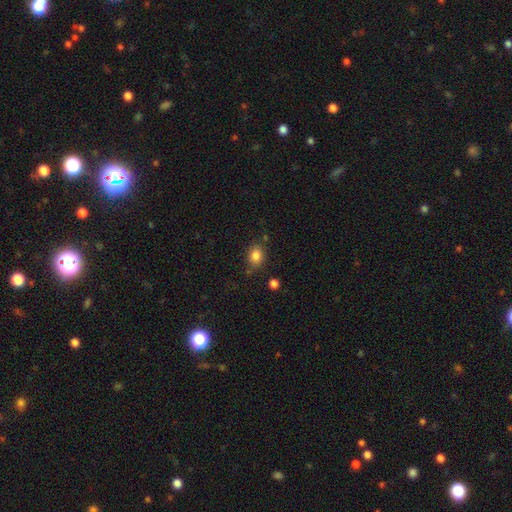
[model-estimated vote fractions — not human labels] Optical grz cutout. It shows a smooth galaxy with no disk features (84%) that is in between round and cigar-shaped (53%). Merging: none (77%).